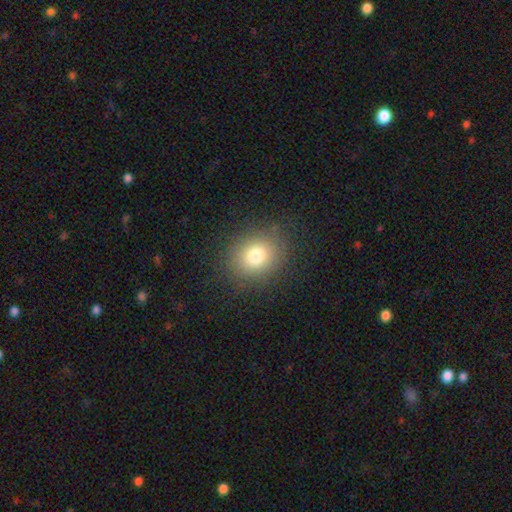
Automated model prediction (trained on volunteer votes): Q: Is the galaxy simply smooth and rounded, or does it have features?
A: smooth — 77%.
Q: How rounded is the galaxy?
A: round — 68%.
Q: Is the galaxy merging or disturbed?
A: none — 85%.